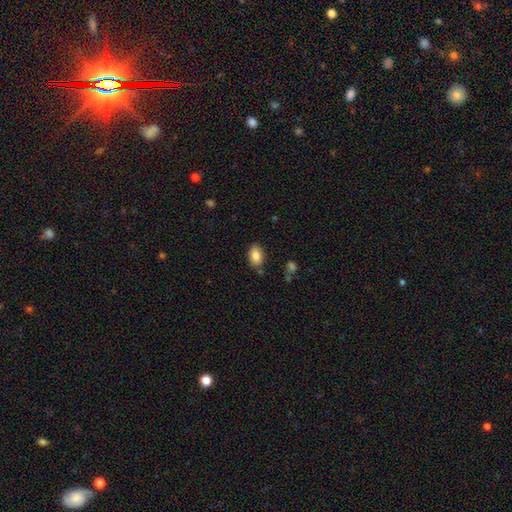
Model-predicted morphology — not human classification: Q: Smooth or featured?
A: smooth (86%); runner-up: star or artifact (8%)
Q: How rounded?
A: in between (90%); runner-up: round (8%)
Q: Merging?
A: none (79%); runner-up: minor disturbance (14%)